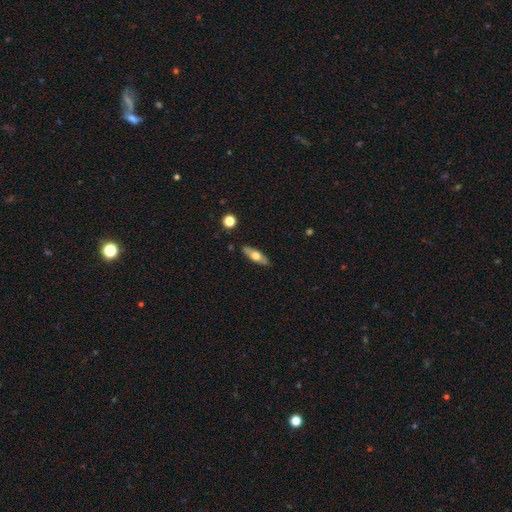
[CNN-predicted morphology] The model was most divided on "smooth or featured": smooth: 52%, featured or disk: 42%, star or artifact: 6%. More confident: merging — none (86%); how rounded — in between (54%).